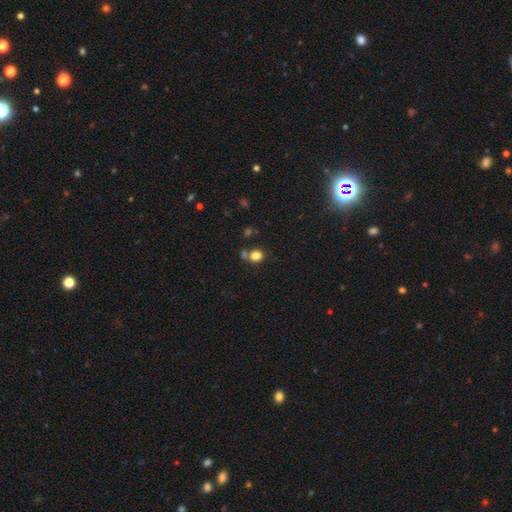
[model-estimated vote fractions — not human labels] A smooth galaxy with no disk features (81%) that is round (79%). Merging: none (64%).